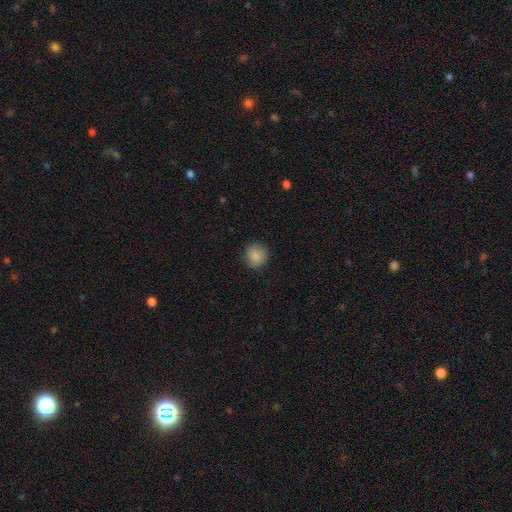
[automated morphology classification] A smooth galaxy with no disk features (87%) that is round (93%). Merging: none (89%).